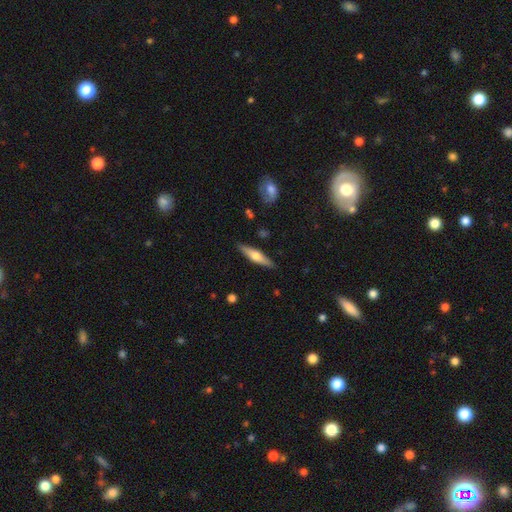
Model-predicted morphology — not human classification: A featured or disk galaxy (49%).

Vote fractions:
- Smooth or featured? featured or disk: 49% / smooth: 45% / star or artifact: 6%
- Merging? none: 89% / minor disturbance: 8% / major disturbance: 2% / merger: 1%